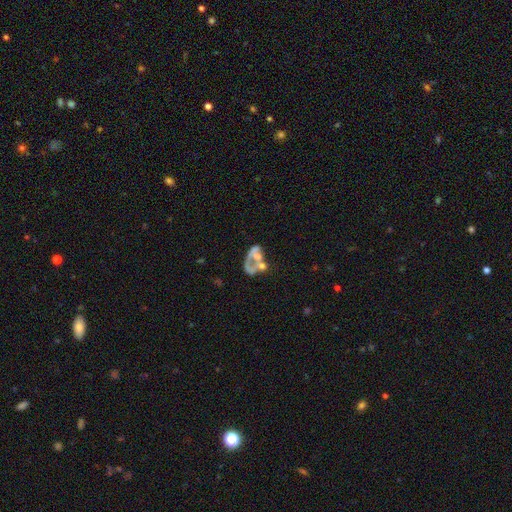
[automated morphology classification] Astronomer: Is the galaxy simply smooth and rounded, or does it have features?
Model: featured or disk — 57%.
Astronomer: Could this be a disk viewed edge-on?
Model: no — 97%.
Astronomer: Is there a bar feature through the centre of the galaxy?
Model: no — 88%.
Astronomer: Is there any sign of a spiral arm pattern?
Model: no — 83%.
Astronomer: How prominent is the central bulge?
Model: none — 53%.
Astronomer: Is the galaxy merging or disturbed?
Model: merger — 39% (runner-up: major disturbance, 28%).